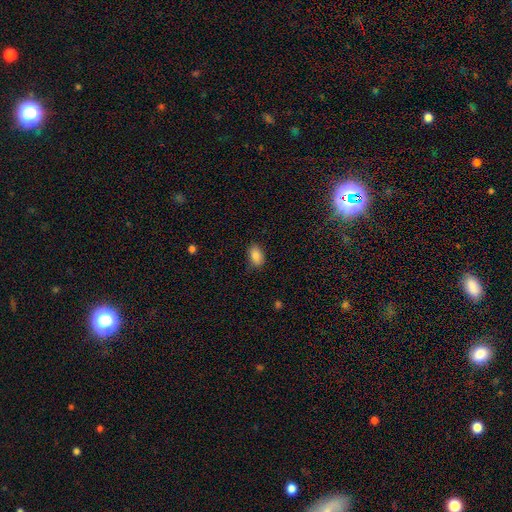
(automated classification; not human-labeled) Smooth or featured? smooth (86%)
How rounded? in between (90%)
Merging? none (83%)